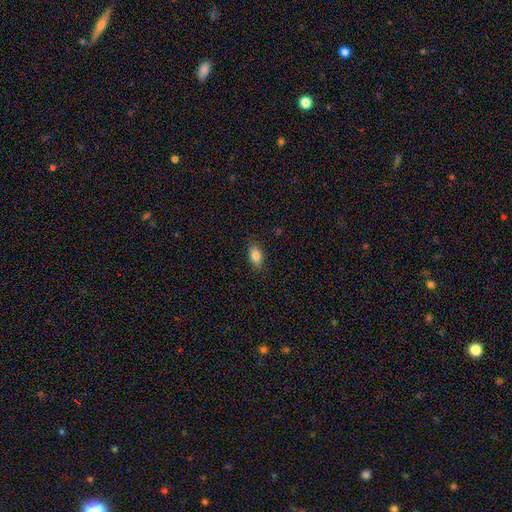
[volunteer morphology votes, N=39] Volunteers were most divided on "merging": none: 83%, minor disturbance: 17%, major disturbance: 0%, merger: 0%. More confident: smooth or featured — smooth (82%); how rounded — in between (81%).